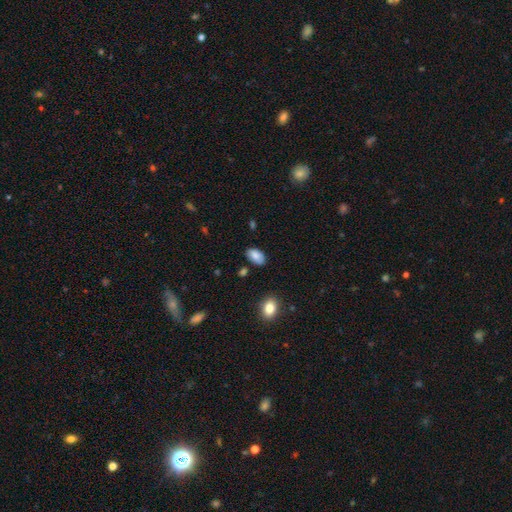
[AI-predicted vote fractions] This appears to be a smooth galaxy with no disk features (84%) that is in between round and cigar-shaped (94%). Merging: none (79%).